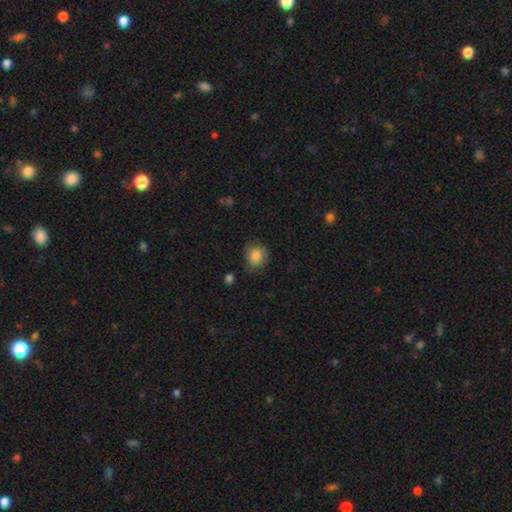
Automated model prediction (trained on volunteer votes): smooth-or-featured: smooth: 85% | star or artifact: 9% | featured or disk: 6%
  how-rounded: round: 80% | in between: 19% | cigar-shaped: 1%
  merging: none: 77% | minor disturbance: 18% | major disturbance: 4% | merger: 2%